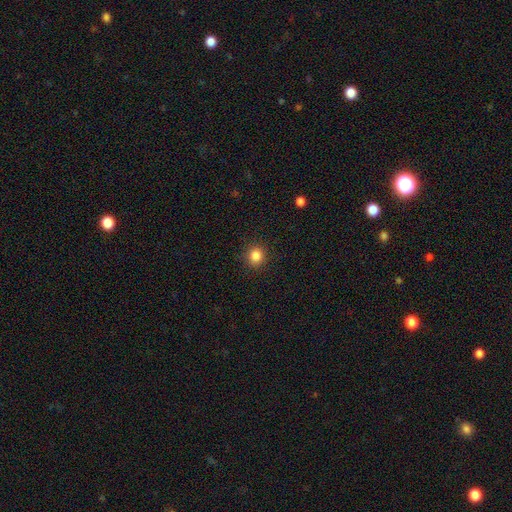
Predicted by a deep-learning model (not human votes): Smooth or featured: smooth — 85% (star or artifact — 11%)
How rounded: round — 87% (in between — 12%)
Merging: none — 91% (minor disturbance — 6%)